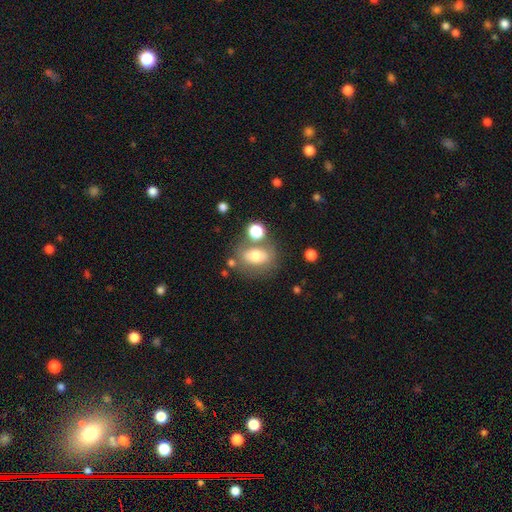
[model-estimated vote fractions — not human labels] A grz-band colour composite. It shows a smooth galaxy with no disk features (64%) that is in between round and cigar-shaped (68%). Merging: none (58%).